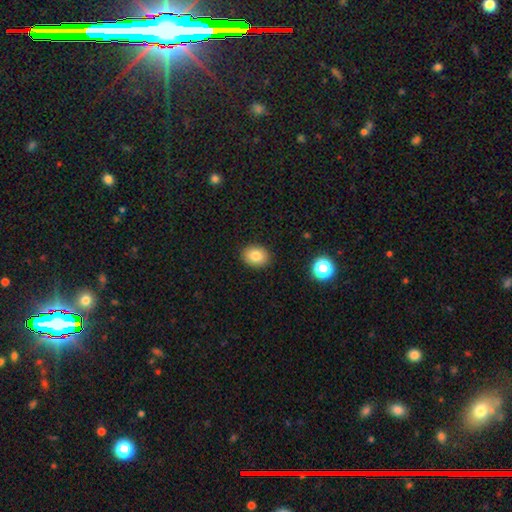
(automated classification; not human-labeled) Q: Smooth or featured?
A: smooth (81%); runner-up: star or artifact (10%)
Q: How rounded?
A: round (50%); runner-up: in between (49%)
Q: Merging?
A: none (90%); runner-up: minor disturbance (7%)